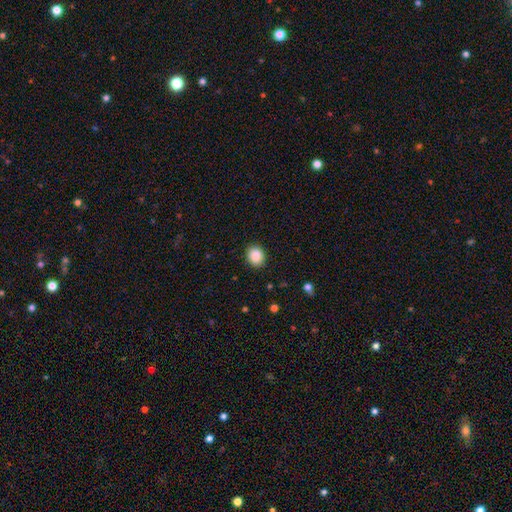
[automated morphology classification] Smooth or featured: smooth — 89% (star or artifact — 8%)
How rounded: round — 58% (in between — 41%)
Merging: none — 88% (minor disturbance — 8%)